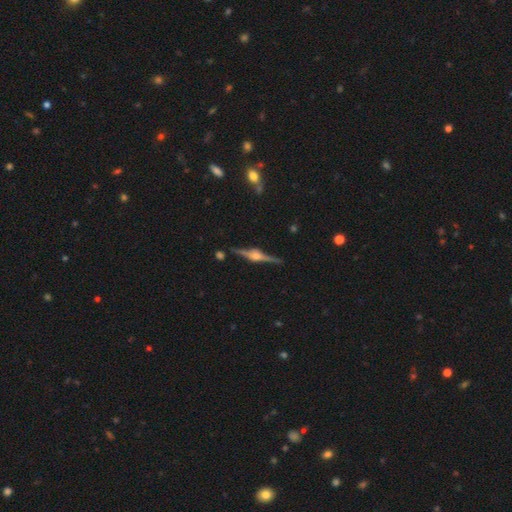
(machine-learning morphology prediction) The model was most divided on "merging": none: 89%, minor disturbance: 8%, major disturbance: 2%, merger: 2%. More confident: edge-on disk — yes (98%); edge-on bulge — rounded (90%); smooth or featured — featured or disk (88%).